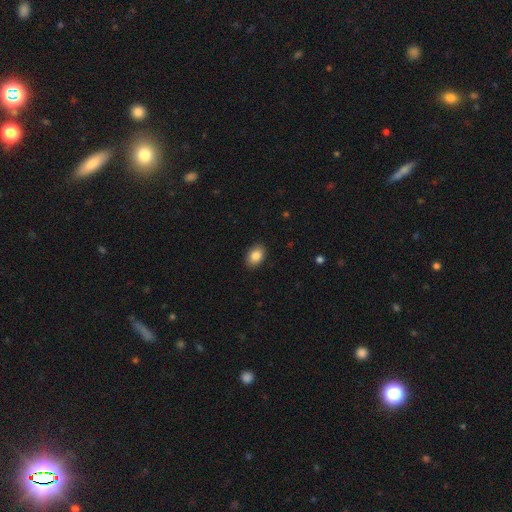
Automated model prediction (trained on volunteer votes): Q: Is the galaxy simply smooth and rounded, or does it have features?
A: smooth — 86%.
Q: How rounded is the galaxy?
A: in between — 83%.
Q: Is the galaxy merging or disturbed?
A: none — 89%.